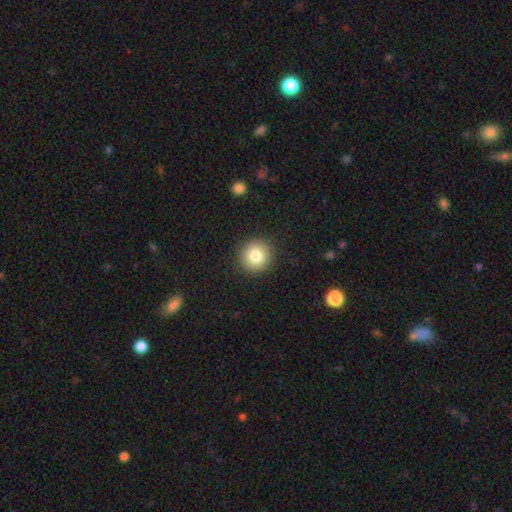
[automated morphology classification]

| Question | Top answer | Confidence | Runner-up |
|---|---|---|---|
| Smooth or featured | smooth | 81% | star or artifact (10%) |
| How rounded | round | 93% | in between (6%) |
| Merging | none | 91% | minor disturbance (6%) |